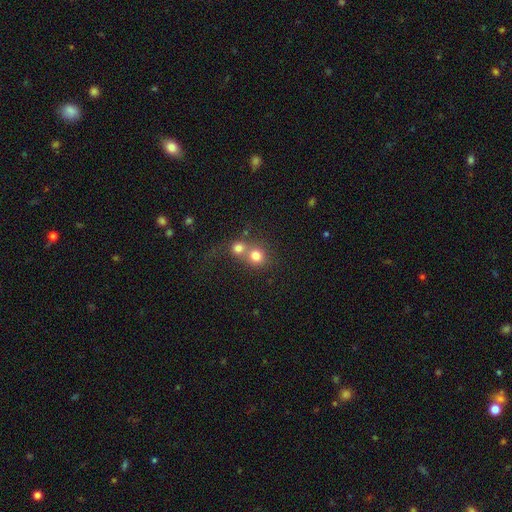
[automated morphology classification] A smooth galaxy with no disk features (77%) that is round (87%). Merging: merger (52%).